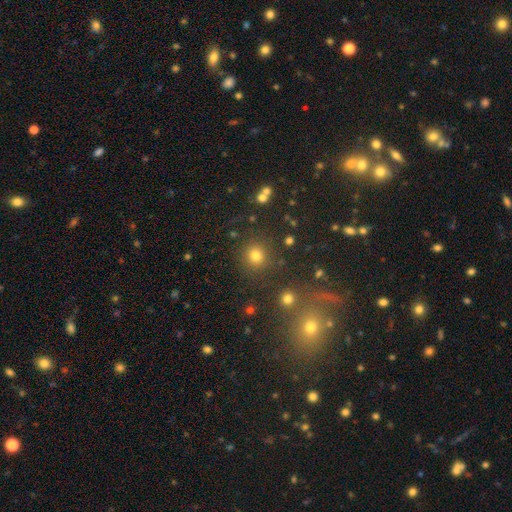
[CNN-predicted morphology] The model was most divided on "smooth or featured": smooth: 77%, star or artifact: 17%, featured or disk: 6%. More confident: how rounded — round (92%); merging — none (85%).